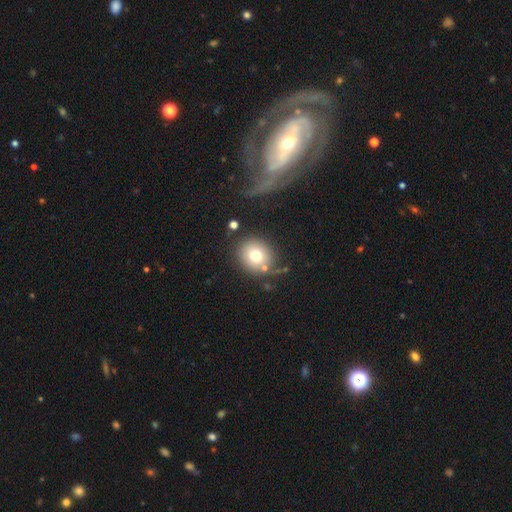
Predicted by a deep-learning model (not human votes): A smooth galaxy with no disk features (75%) that is round (78%).

Vote fractions:
- Smooth or featured? smooth: 75% / featured or disk: 14% / star or artifact: 11%
- How rounded? round: 78% / in between: 21% / cigar-shaped: 1%
- Merging? none: 75% / minor disturbance: 13% / merger: 7% / major disturbance: 5%